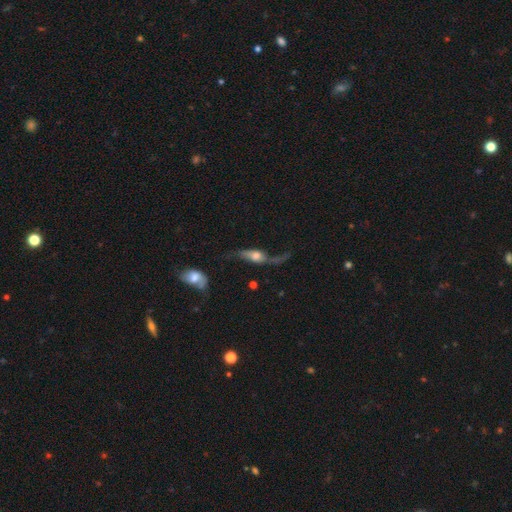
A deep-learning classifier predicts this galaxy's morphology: featured or disk 72%, smooth 20%, star or artifact 7%. Down the decision tree: edge-on disk — no (67%); merging — none (39%).